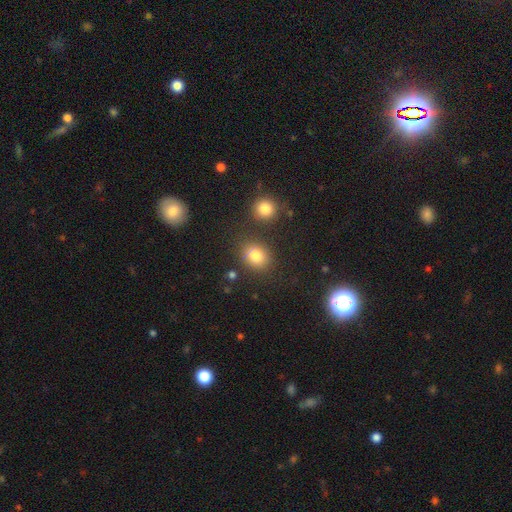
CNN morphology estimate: type=smooth (79%); roundness=round (63%); merging=none (76%).